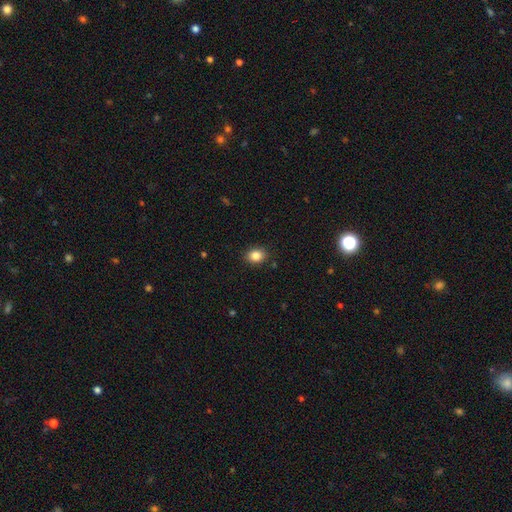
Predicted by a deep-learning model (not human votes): A smooth galaxy with no disk features (85%) that is in between round and cigar-shaped (53%). Merging: none (89%).